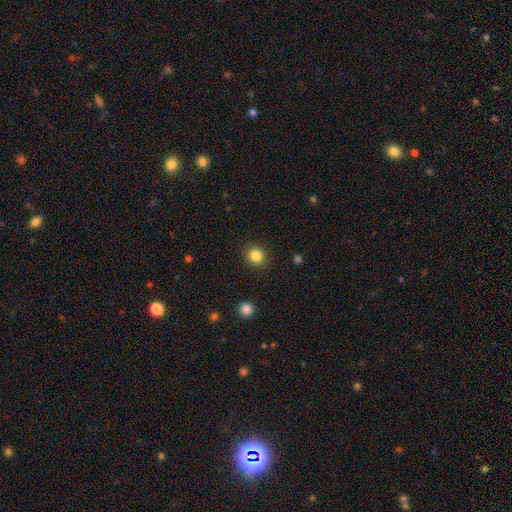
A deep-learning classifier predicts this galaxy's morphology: Smooth or featured: smooth — 84% (star or artifact — 11%)
How rounded: round — 85% (in between — 14%)
Merging: none — 91% (minor disturbance — 6%)